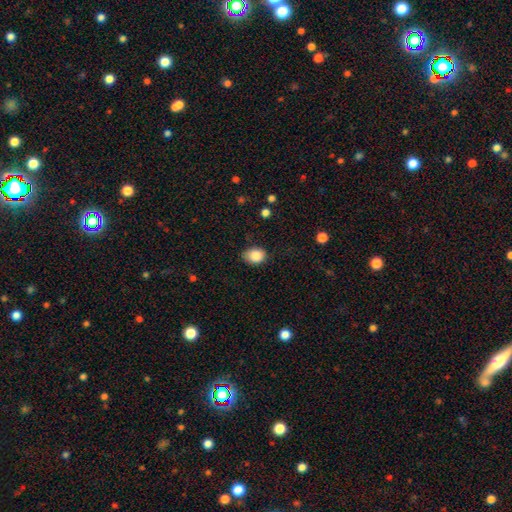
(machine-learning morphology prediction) type=smooth (87%); roundness=in between (63%); merging=none (71%).